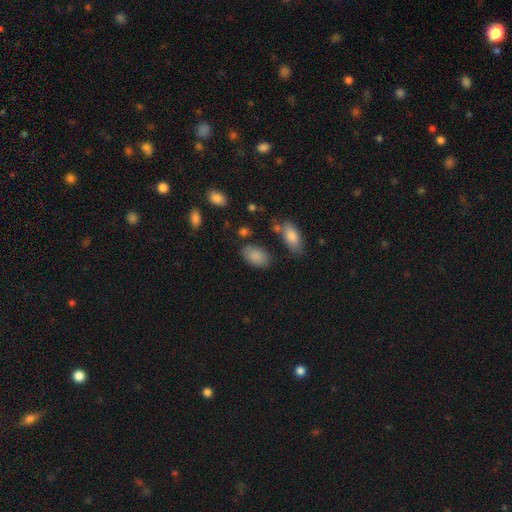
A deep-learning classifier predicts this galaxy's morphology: The model was most divided on "merging": none: 78%, minor disturbance: 14%, merger: 4%, major disturbance: 4%. More confident: how rounded — in between (92%); smooth or featured — smooth (86%).